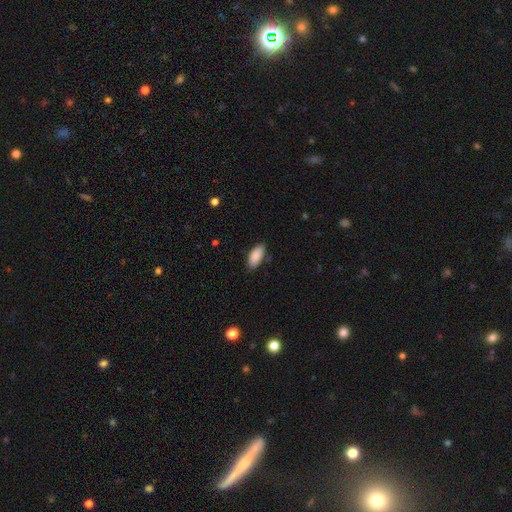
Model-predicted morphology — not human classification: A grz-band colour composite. It shows a smooth galaxy with no disk features (88%) that is in between round and cigar-shaped (89%). Merging: none (80%).